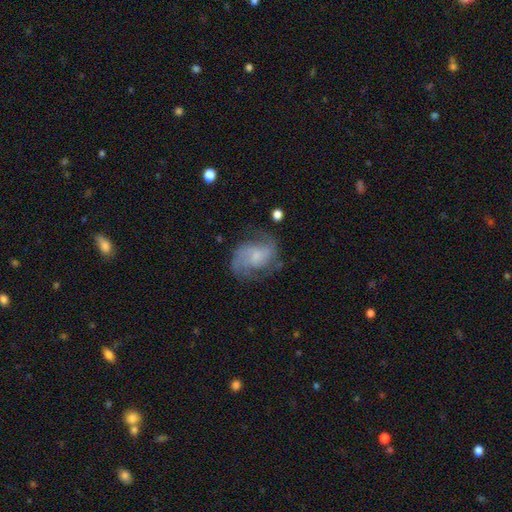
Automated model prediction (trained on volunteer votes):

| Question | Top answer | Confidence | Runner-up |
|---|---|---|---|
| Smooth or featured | featured or disk | 76% | smooth (17%) |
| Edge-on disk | no | 98% | yes (2%) |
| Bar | no | 54% | weak (39%) |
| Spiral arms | yes | 93% | no (7%) |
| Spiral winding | medium | 50% | loose (26%) |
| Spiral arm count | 2 | 67% | can't tell (13%) |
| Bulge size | small | 49% | moderate (25%) |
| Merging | none | 64% | minor disturbance (20%) |